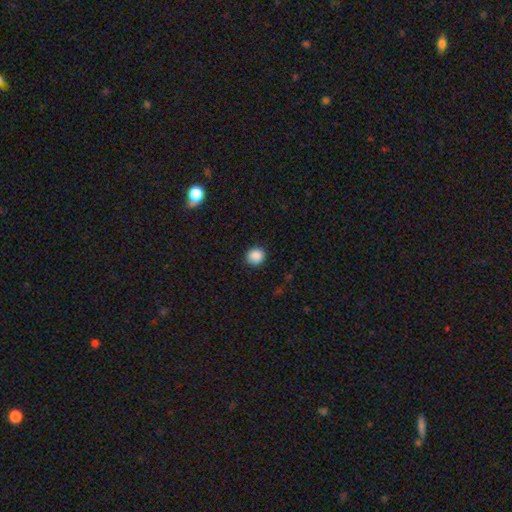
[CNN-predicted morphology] A smooth galaxy with no disk features (88%) that is round (88%).

Vote fractions:
- Smooth or featured? smooth: 88% / star or artifact: 9% / featured or disk: 3%
- How rounded? round: 88% / in between: 11% / cigar-shaped: 1%
- Merging? none: 90% / minor disturbance: 7% / major disturbance: 2% / merger: 1%